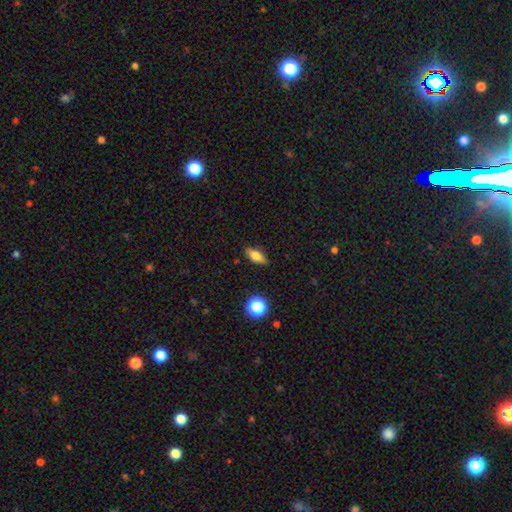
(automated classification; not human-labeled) Overall: smooth (66%). How rounded: in between (72%). Merging: none (87%).